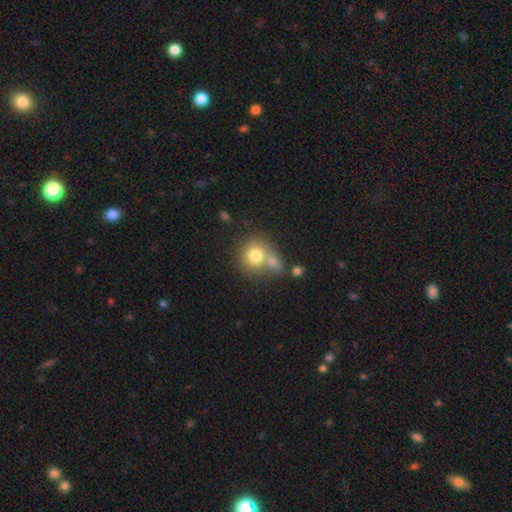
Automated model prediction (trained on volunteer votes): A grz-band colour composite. It shows a smooth galaxy with no disk features (75%) that is round (85%). Merging: none (43%).